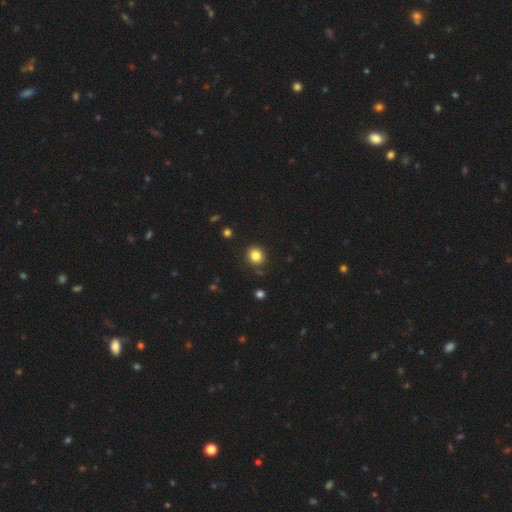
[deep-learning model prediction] A smooth galaxy with no disk features (84%) that is round (81%). Merging: none (86%).